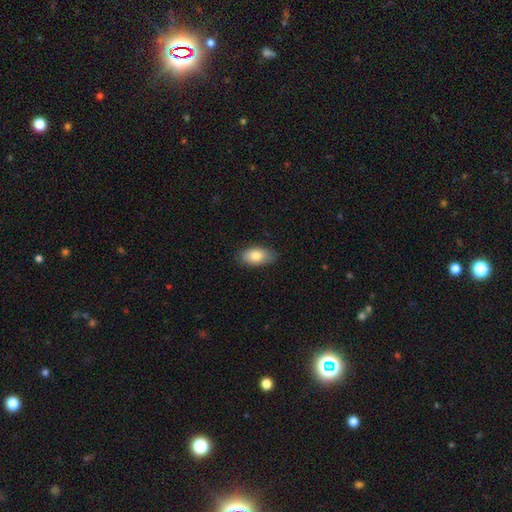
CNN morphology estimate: A smooth galaxy with no disk features (83%) that is in between round and cigar-shaped (93%).

Vote fractions:
- Smooth or featured? smooth: 83% / featured or disk: 10% / star or artifact: 7%
- How rounded? in between: 93% / round: 5% / cigar-shaped: 3%
- Merging? none: 84% / minor disturbance: 13% / major disturbance: 2% / merger: 1%